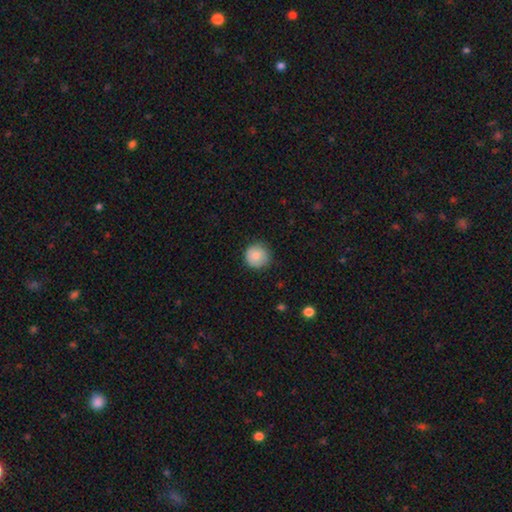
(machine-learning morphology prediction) smooth_or_featured: smooth (p=0.85) [alt: star or artifact p=0.08]
how_rounded: round (p=0.94) [alt: in between p=0.05]
merging: none (p=0.84) [alt: minor disturbance p=0.12]